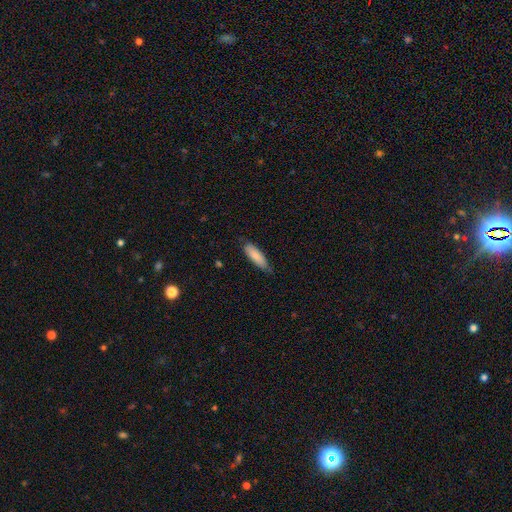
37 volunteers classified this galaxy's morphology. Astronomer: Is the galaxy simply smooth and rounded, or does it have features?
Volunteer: smooth — 81%.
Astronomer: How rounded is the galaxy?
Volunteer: in between — 50% (runner-up: cigar-shaped, 47%).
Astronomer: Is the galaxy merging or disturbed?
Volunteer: none — 86%.